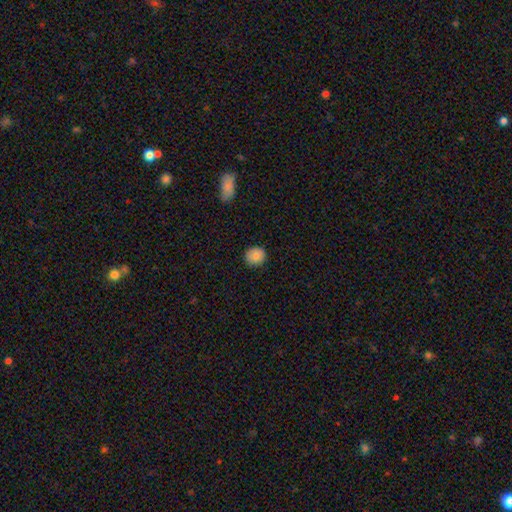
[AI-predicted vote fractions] smooth-or-featured: smooth: 85% | star or artifact: 8% | featured or disk: 6%
  how-rounded: round: 85% | in between: 14% | cigar-shaped: 1%
  merging: none: 89% | minor disturbance: 8% | major disturbance: 2% | merger: 1%